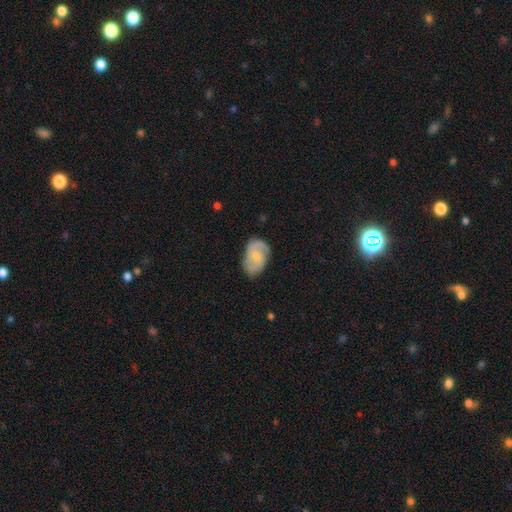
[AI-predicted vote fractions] This is likely a featured or disk galaxy (65%). It is clearly not viewed edge-on (97%). Bar: possibly no (51%). Spiral arm pattern: clearly yes (90%). Spiral arm count: likely 2 (74%). Spiral winding: possibly medium (48%). Central bulge: possibly small (53%). Merging: likely none (68%).